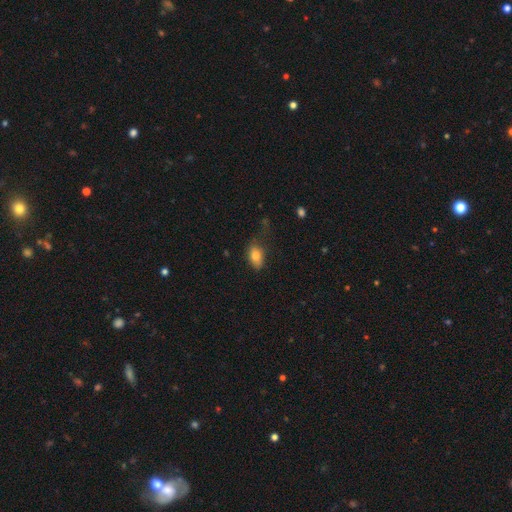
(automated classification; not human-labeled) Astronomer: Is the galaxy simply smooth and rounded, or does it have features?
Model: smooth — 80%.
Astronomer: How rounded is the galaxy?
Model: in between — 86%.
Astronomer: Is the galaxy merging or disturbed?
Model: none — 59%.